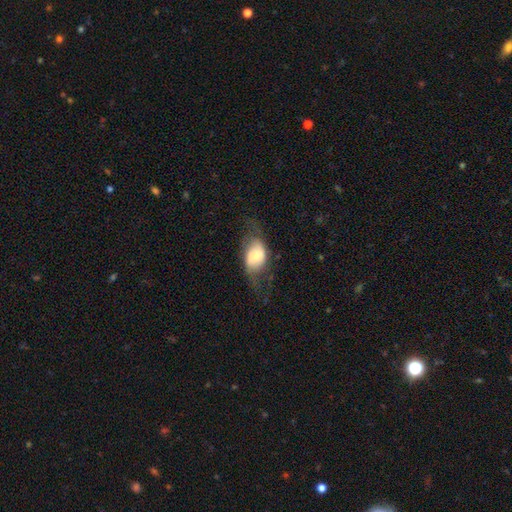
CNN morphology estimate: Q: Smooth or featured?
A: smooth (59%); runner-up: featured or disk (33%)
Q: How rounded?
A: in between (81%); runner-up: round (17%)
Q: Merging?
A: none (47%); runner-up: minor disturbance (27%)